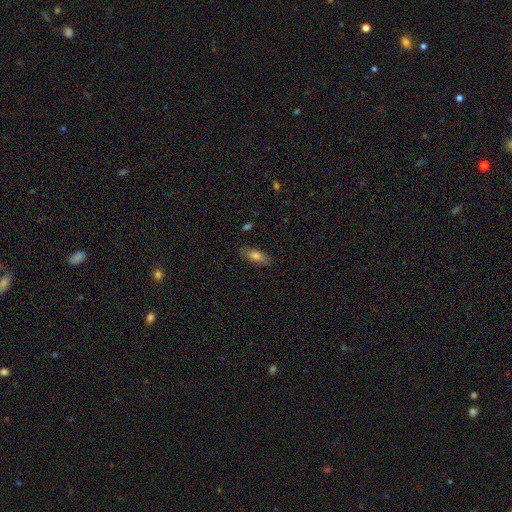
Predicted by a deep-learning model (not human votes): smooth 74%, featured or disk 19%, star or artifact 8%. Down the decision tree: how rounded — in between (69%); merging — none (82%).